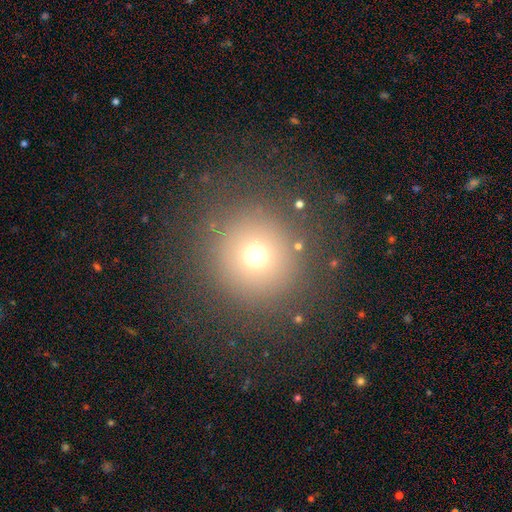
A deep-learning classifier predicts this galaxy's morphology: This appears to be a smooth galaxy with no disk features (68%) that is round (95%). Merging: none (86%).